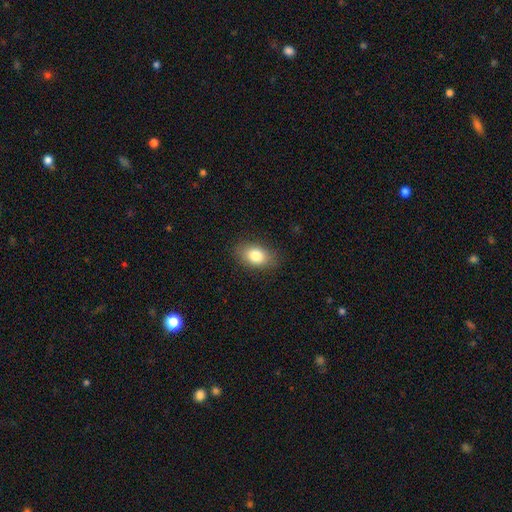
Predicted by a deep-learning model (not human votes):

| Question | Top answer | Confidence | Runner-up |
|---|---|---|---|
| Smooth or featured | smooth | 82% | featured or disk (10%) |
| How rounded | in between | 86% | round (13%) |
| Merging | none | 85% | minor disturbance (12%) |